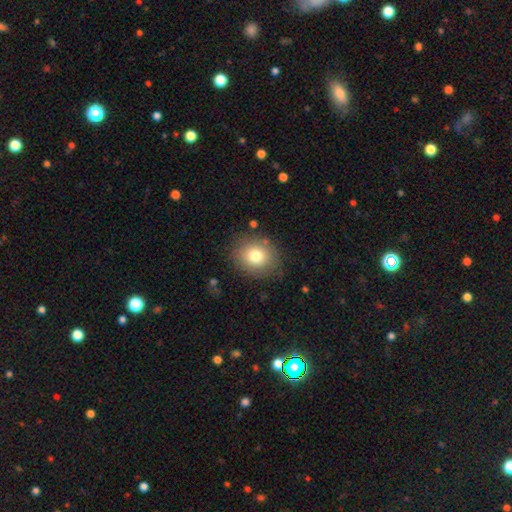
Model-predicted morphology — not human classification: type=smooth (77%); roundness=round (73%); merging=none (84%).